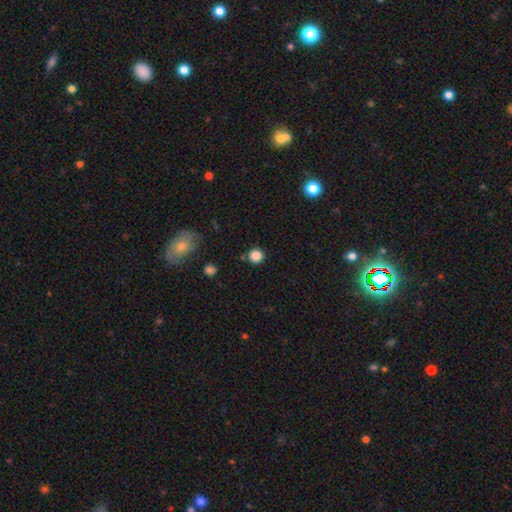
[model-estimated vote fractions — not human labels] smooth-or-featured: smooth: 85% | star or artifact: 11% | featured or disk: 3%
  how-rounded: round: 94% | in between: 5% | cigar-shaped: 1%
  merging: none: 85% | minor disturbance: 9% | merger: 3% | major disturbance: 3%